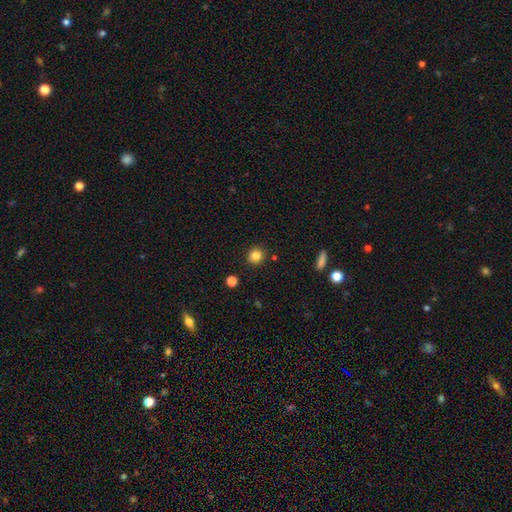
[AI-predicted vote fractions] Morphology: type=smooth (83%); roundness=round (90%); merging=none (90%).